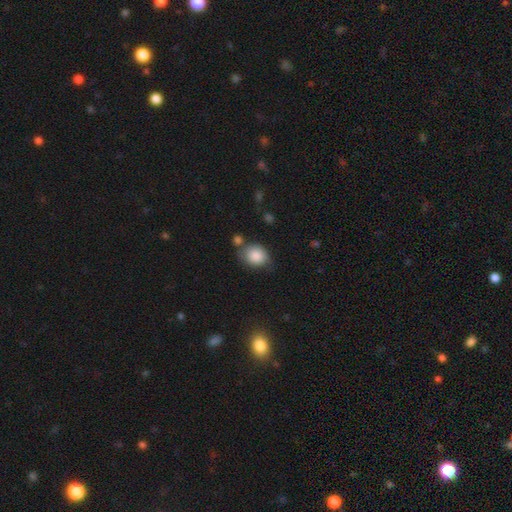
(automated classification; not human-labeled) Overall: smooth (86%). How rounded: round (55%; in between 44%). Merging: none (57%; minor disturbance 24%).